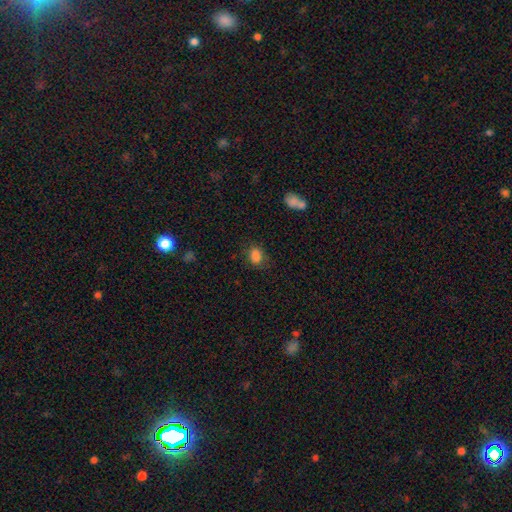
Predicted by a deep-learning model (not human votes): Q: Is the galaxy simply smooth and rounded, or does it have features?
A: smooth — 83%.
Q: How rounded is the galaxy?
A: in between — 70%.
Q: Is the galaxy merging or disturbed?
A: none — 72%.